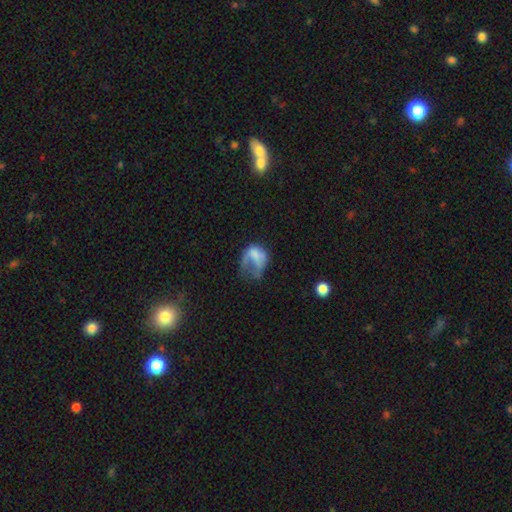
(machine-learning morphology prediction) Smooth or featured: smooth — 52% (featured or disk — 36%)
How rounded: in between — 67% (round — 32%)
Merging: major disturbance — 54% (minor disturbance — 21%)